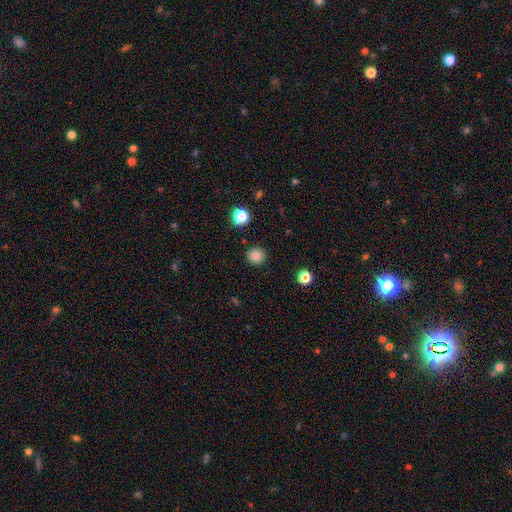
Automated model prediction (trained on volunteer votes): Morphology: type=smooth (82%); roundness=round (90%); merging=none (91%).